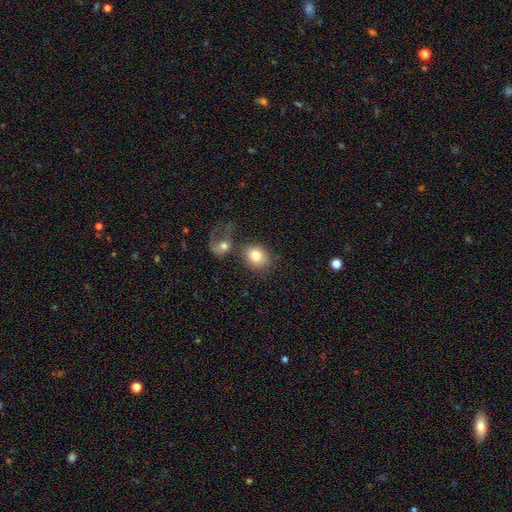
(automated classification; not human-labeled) Smooth or featured? smooth (80%)
How rounded? round (56%)
Merging? none (59%)